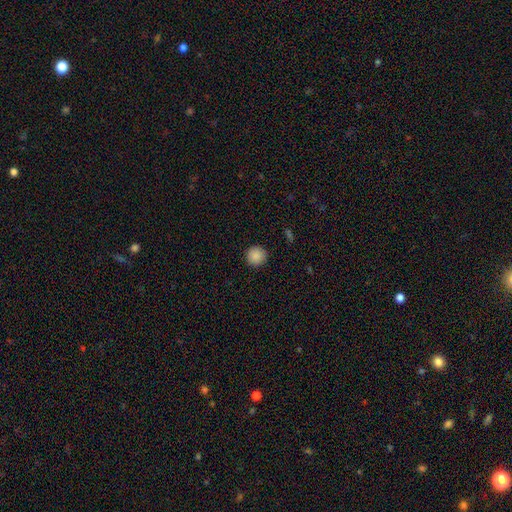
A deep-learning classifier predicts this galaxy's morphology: smooth_or_featured: smooth (p=0.88) [alt: star or artifact p=0.09]
how_rounded: round (p=0.95) [alt: in between p=0.04]
merging: none (p=0.91) [alt: minor disturbance p=0.06]